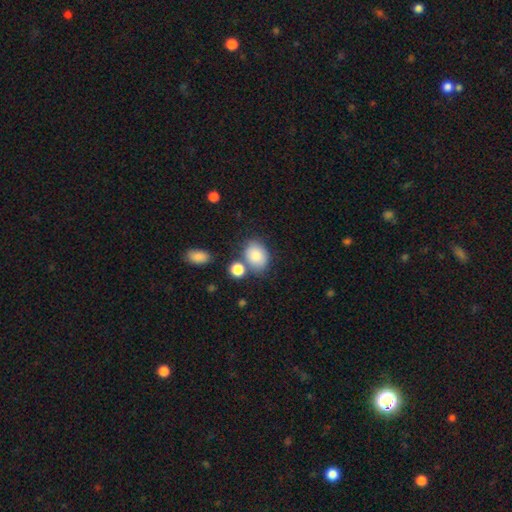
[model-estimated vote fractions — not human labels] This is clearly a smooth galaxy (83%). How rounded: likely in between (67%). Merging: likely none (66%).